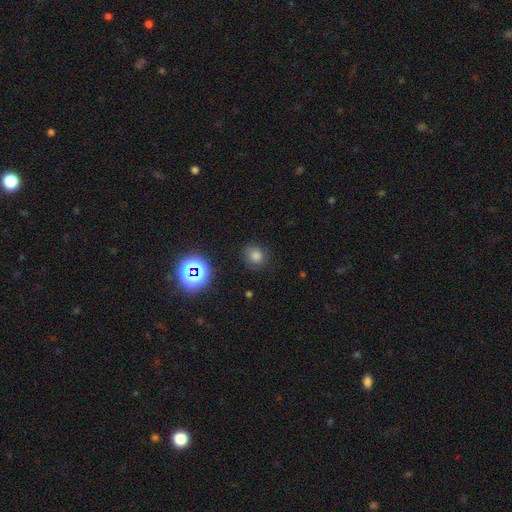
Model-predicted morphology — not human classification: Smooth or featured: smooth — 72% (star or artifact — 20%)
How rounded: round — 73% (in between — 26%)
Merging: none — 78% (minor disturbance — 15%)